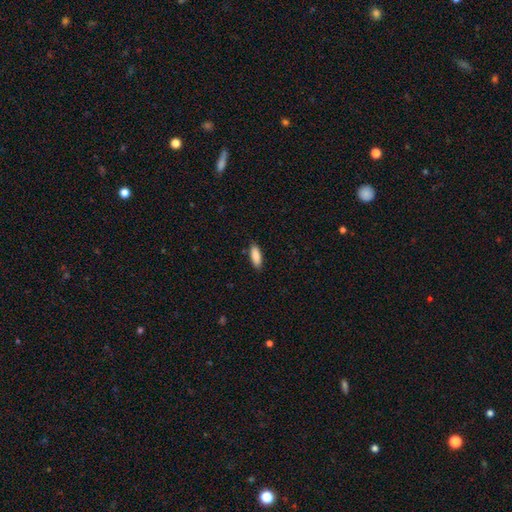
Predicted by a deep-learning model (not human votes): This is clearly a smooth galaxy (87%). How rounded: likely in between (65%). Merging: clearly none (85%).